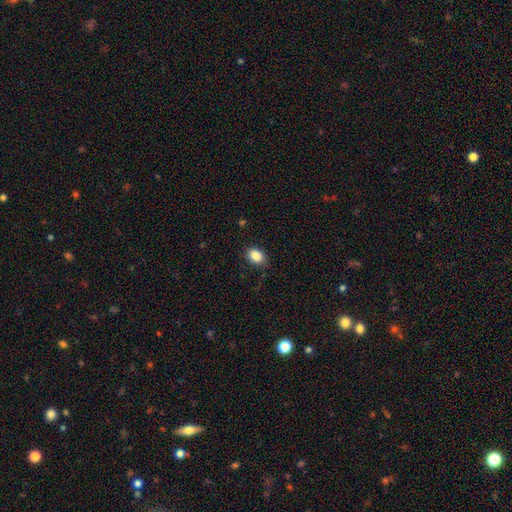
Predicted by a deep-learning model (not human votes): This is clearly a smooth galaxy (87%). How rounded: likely in between (70%). Merging: clearly none (83%).